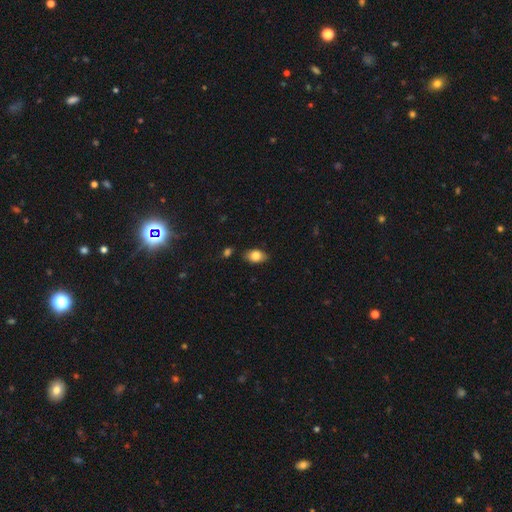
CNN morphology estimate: A smooth galaxy with no disk features (82%) that is in between round and cigar-shaped (86%).

Vote fractions:
- Smooth or featured? smooth: 82% / featured or disk: 10% / star or artifact: 8%
- How rounded? in between: 86% / round: 12% / cigar-shaped: 2%
- Merging? none: 82% / minor disturbance: 13% / merger: 3% / major disturbance: 2%